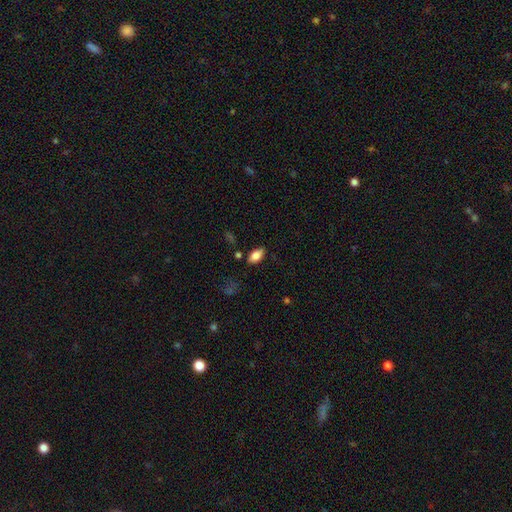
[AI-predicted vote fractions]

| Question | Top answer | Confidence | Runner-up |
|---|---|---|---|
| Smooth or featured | smooth | 80% | featured or disk (12%) |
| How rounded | in between | 90% | cigar-shaped (5%) |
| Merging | none | 81% | minor disturbance (13%) |